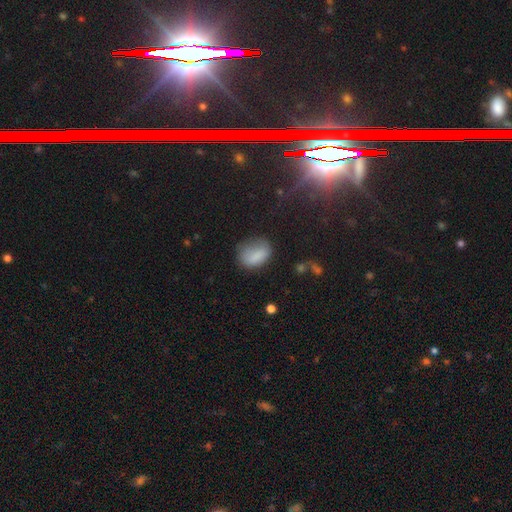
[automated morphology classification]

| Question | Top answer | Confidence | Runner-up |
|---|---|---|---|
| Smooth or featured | smooth | 80% | featured or disk (10%) |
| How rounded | in between | 77% | round (21%) |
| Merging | none | 55% | minor disturbance (29%) |